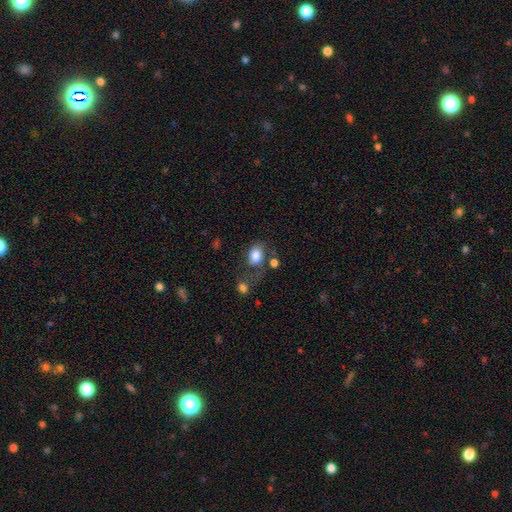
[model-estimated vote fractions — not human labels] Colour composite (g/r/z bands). It shows a smooth galaxy with no disk features (81%) that is in between round and cigar-shaped (69%). Merging: none (50%).